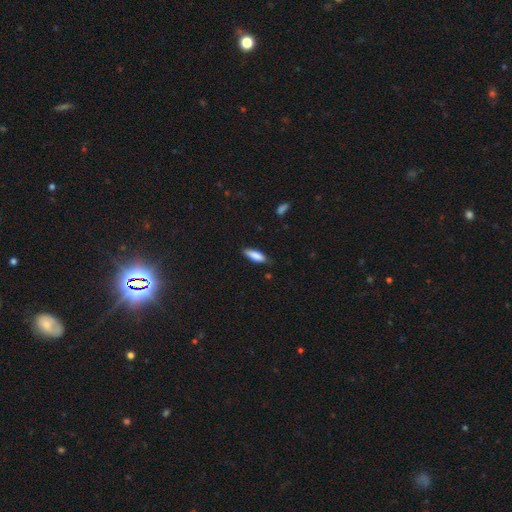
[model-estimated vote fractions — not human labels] Q: Smooth or featured?
A: smooth (84%); runner-up: featured or disk (10%)
Q: How rounded?
A: cigar-shaped (51%); runner-up: in between (48%)
Q: Merging?
A: none (78%); runner-up: minor disturbance (18%)